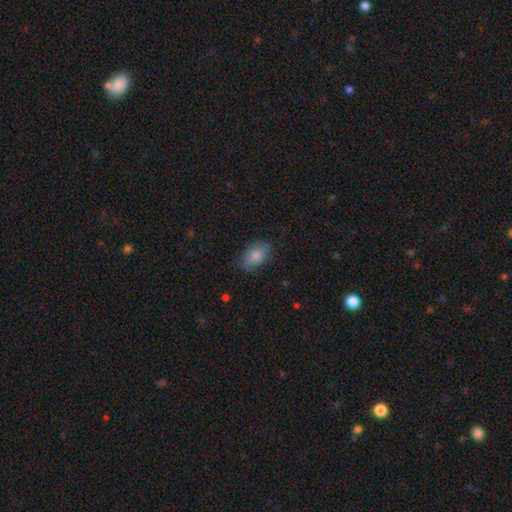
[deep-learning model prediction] Overall: smooth (82%). How rounded: in between (90%). Merging: none (74%).